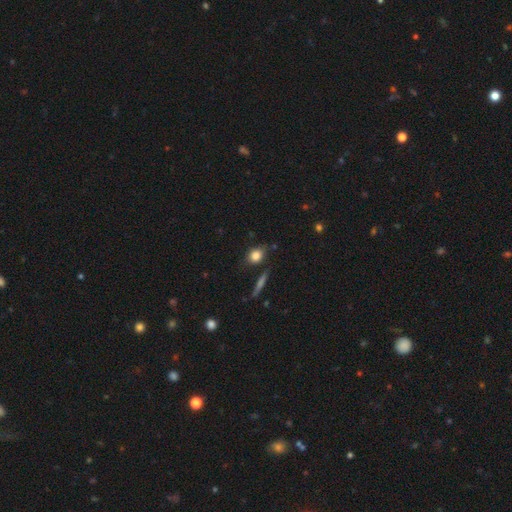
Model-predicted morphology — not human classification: smooth_or_featured: smooth (p=0.82) [alt: star or artifact p=0.10]
how_rounded: round (p=0.53) [alt: in between p=0.43]
merging: none (p=0.75) [alt: minor disturbance p=0.16]